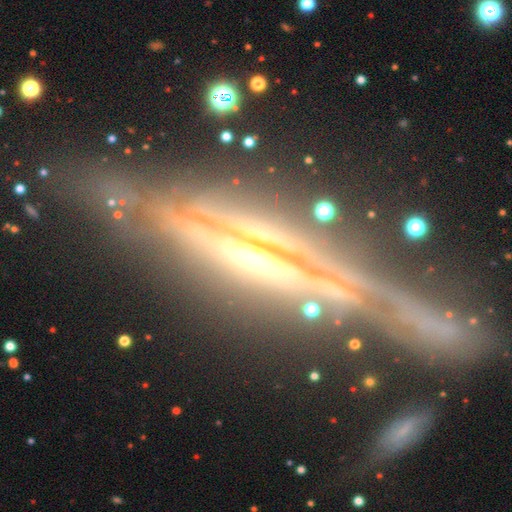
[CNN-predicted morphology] Smooth or featured? featured or disk (78%)
Edge-on disk? yes (87%)
Edge-on bulge? rounded (61%)
Merging? none (69%)